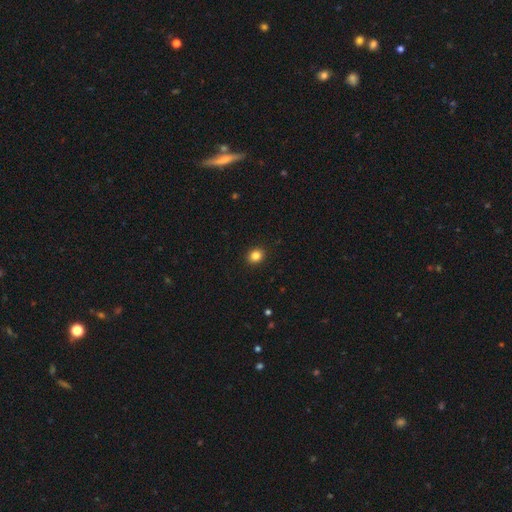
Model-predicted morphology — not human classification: Overall: smooth (85%). How rounded: round (74%). Merging: none (92%).